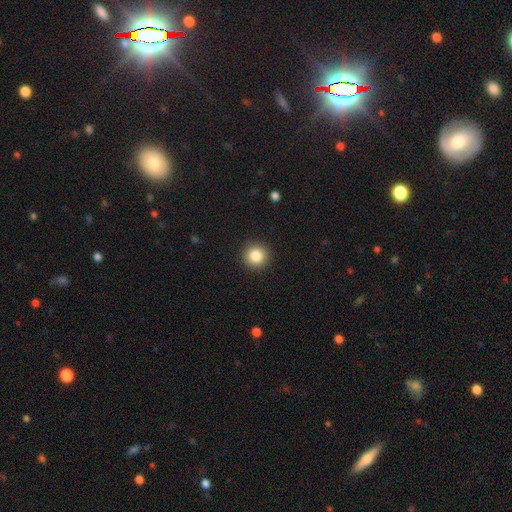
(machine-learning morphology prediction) A smooth galaxy with no disk features (85%) that is round (94%).

Vote fractions:
- Smooth or featured? smooth: 85% / star or artifact: 10% / featured or disk: 5%
- How rounded? round: 94% / in between: 5% / cigar-shaped: 1%
- Merging? none: 92% / minor disturbance: 5% / major disturbance: 2% / merger: 1%